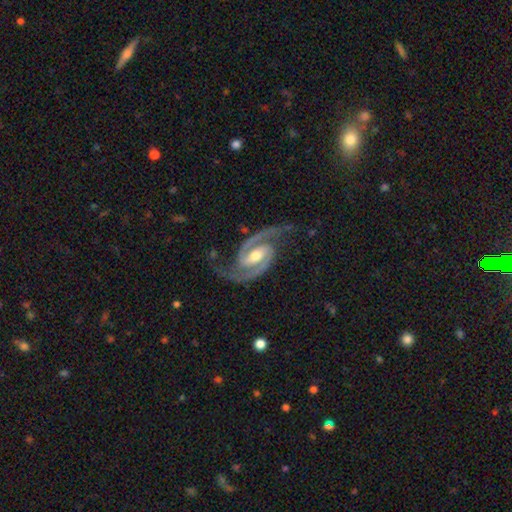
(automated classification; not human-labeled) Smooth or featured? featured or disk (94%)
Edge-on disk? no (98%)
Bar? weak (42%)
Spiral arms? yes (99%)
Spiral winding? medium (62%)
Spiral arm count? 2 (95%)
Bulge size? moderate (71%)
Merging? none (79%)